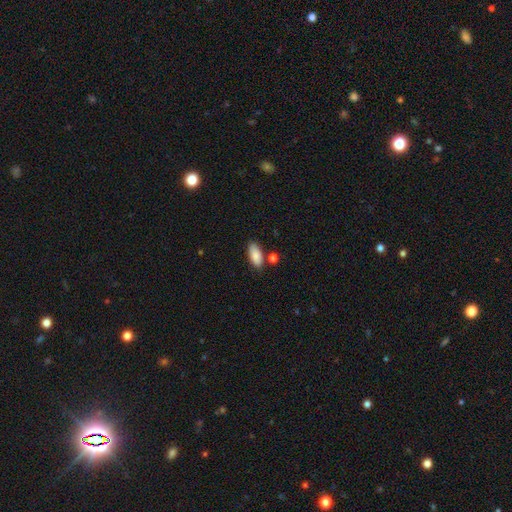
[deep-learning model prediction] Smooth or featured? Predicted: smooth (p=0.87). How rounded? Predicted: in between (p=0.87). Merging? Predicted: none (p=0.75).